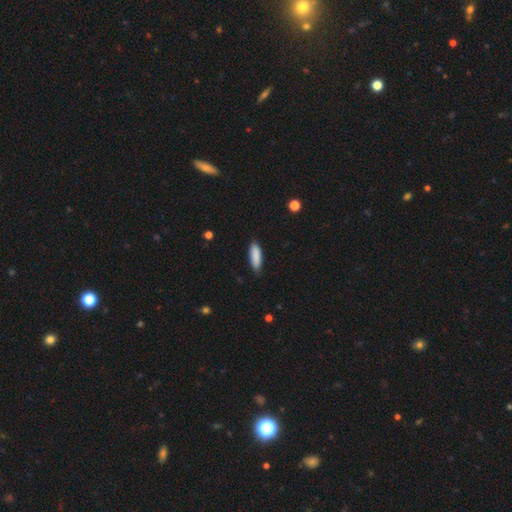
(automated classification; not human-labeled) The model was most divided on "how rounded": in between: 55%, cigar-shaped: 44%, round: 2%. More confident: smooth or featured — smooth (88%); merging — none (84%).